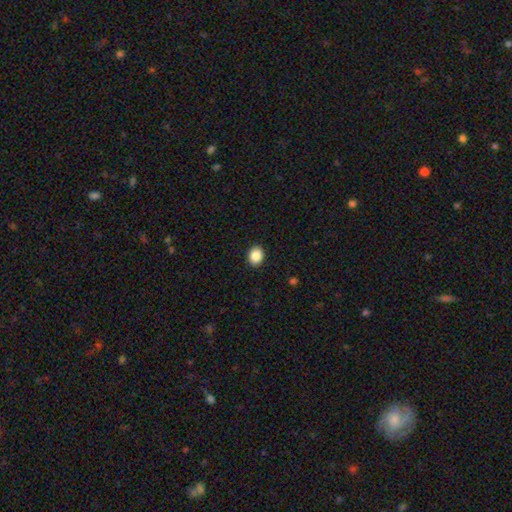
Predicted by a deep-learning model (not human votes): Morphology: type=smooth (87%); roundness=round (53%); merging=none (91%).